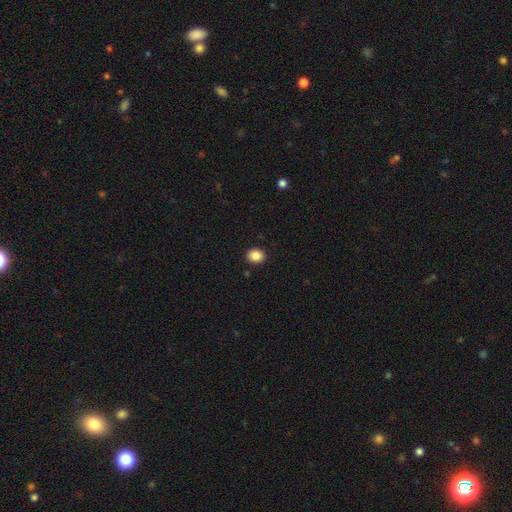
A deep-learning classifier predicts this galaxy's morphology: This appears to be a smooth galaxy with no disk features (87%) that is round (60%). Merging: none (91%).